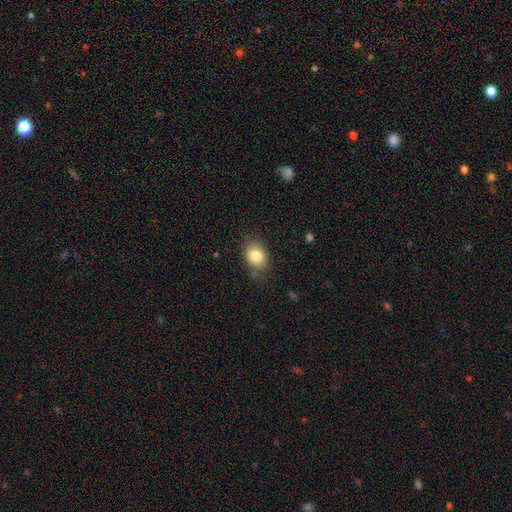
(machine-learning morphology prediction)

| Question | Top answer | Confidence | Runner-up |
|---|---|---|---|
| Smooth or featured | smooth | 82% | star or artifact (9%) |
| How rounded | in between | 64% | round (35%) |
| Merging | none | 77% | minor disturbance (17%) |